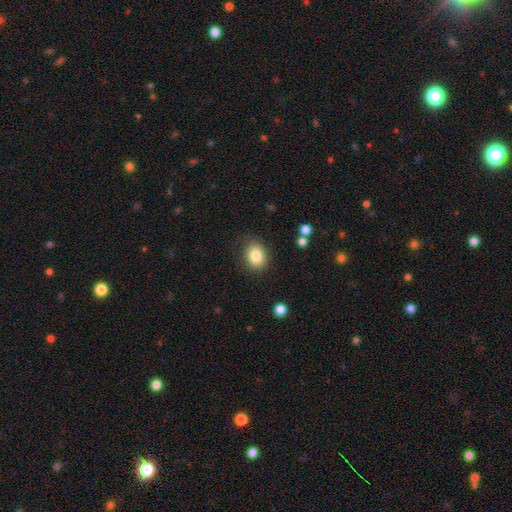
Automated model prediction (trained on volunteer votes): Smooth or featured? smooth (82%)
How rounded? in between (57%)
Merging? none (80%)